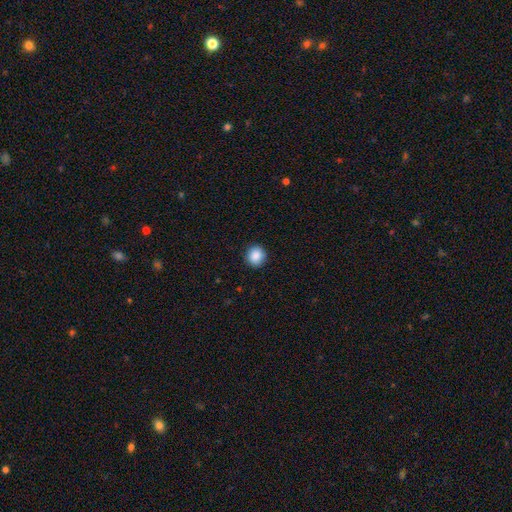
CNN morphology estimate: Smooth or featured? Predicted: smooth (p=0.88). How rounded? Predicted: round (p=0.87). Merging? Predicted: none (p=0.91).